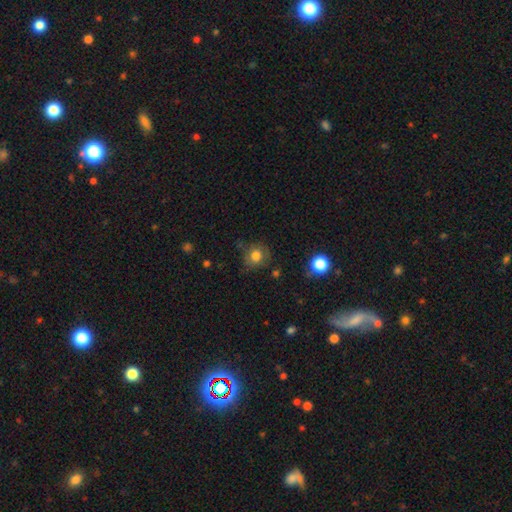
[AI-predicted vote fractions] Q: Smooth or featured?
A: smooth (78%); runner-up: star or artifact (11%)
Q: How rounded?
A: round (82%); runner-up: in between (18%)
Q: Merging?
A: none (73%); runner-up: minor disturbance (18%)